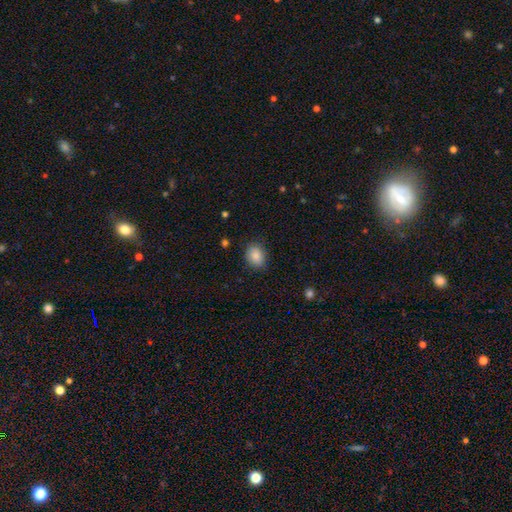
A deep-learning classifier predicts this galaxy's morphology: A smooth galaxy with no disk features (87%) that is in between round and cigar-shaped (56%). Merging: none (84%).